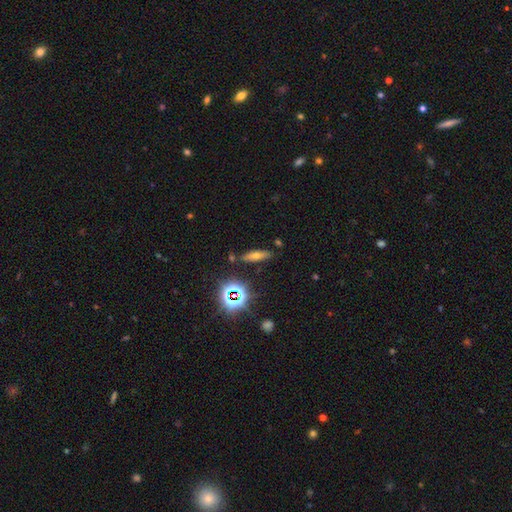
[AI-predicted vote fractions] smooth_or_featured: smooth (p=0.48) [alt: star or artifact p=0.26]
merging: none (p=0.83) [alt: minor disturbance p=0.10]